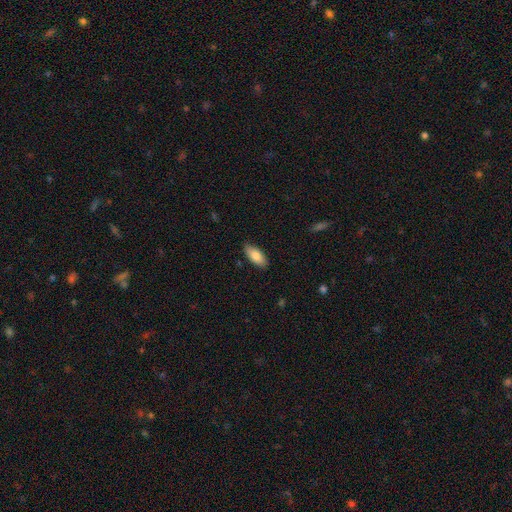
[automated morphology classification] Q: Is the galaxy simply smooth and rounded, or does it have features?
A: smooth — 83%.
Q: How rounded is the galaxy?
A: in between — 88%.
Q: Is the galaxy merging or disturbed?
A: none — 85%.